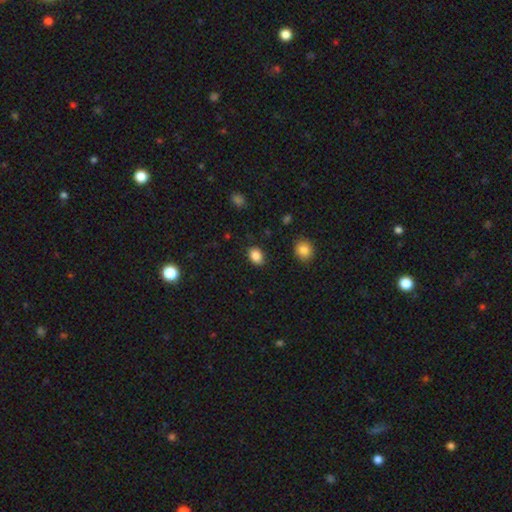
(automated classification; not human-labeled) Smooth or featured?
  - smooth: 86% *
  - star or artifact: 9%
  - featured or disk: 4%
How rounded?
  - in between: 70% *
  - round: 29%
  - cigar-shaped: 1%
Merging?
  - none: 85% *
  - minor disturbance: 11%
  - major disturbance: 3%
  - merger: 1%